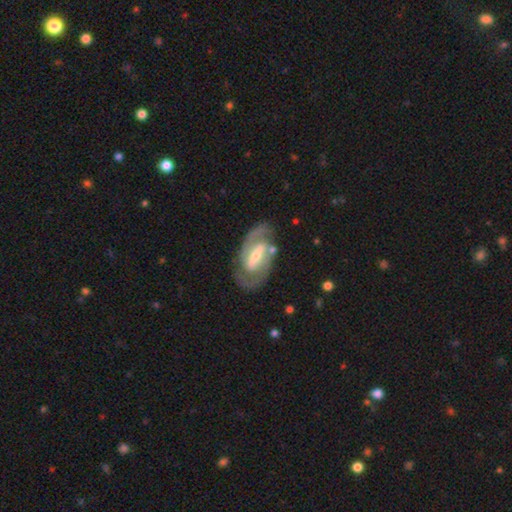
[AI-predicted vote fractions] Q: Smooth or featured?
A: featured or disk (82%); runner-up: smooth (13%)
Q: Edge-on disk?
A: no (94%); runner-up: yes (6%)
Q: Bar?
A: strong (61%); runner-up: weak (28%)
Q: Spiral arms?
A: yes (86%); runner-up: no (14%)
Q: Spiral winding?
A: medium (47%); runner-up: tight (39%)
Q: Spiral arm count?
A: 2 (84%); runner-up: can't tell (9%)
Q: Bulge size?
A: small (52%); runner-up: moderate (39%)
Q: Merging?
A: none (73%); runner-up: minor disturbance (15%)